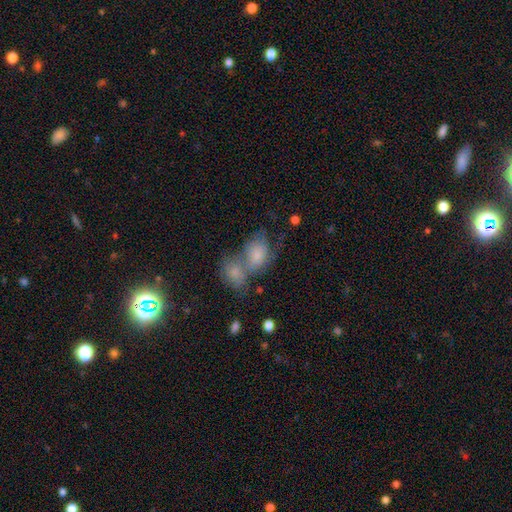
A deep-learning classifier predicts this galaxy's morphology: smooth_or_featured: smooth (p=0.59) [alt: featured or disk p=0.24]
how_rounded: in between (p=0.64) [alt: round p=0.34]
merging: merger (p=0.54) [alt: none p=0.27]